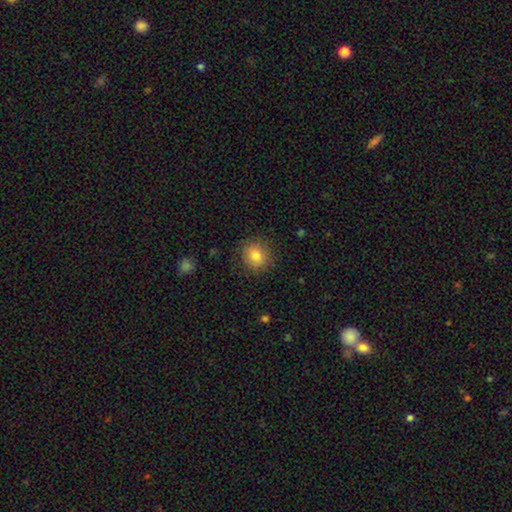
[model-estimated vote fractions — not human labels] This appears to be a smooth galaxy with no disk features (81%) that is round (76%). Merging: none (86%).